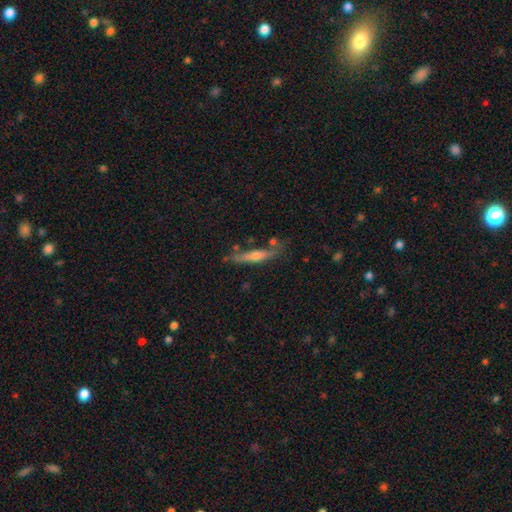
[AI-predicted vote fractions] Q: Smooth or featured?
A: featured or disk (59%); runner-up: smooth (33%)
Q: Edge-on disk?
A: yes (89%); runner-up: no (11%)
Q: Edge-on bulge?
A: rounded (74%); runner-up: none (18%)
Q: Merging?
A: none (70%); runner-up: minor disturbance (19%)